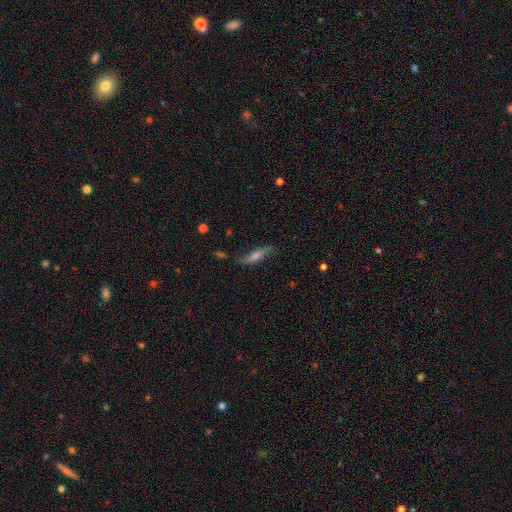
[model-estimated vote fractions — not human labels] Overall: featured or disk (62%; smooth 30%). Edge-on disk: no (54%; yes 46%). Merging: none (70%).